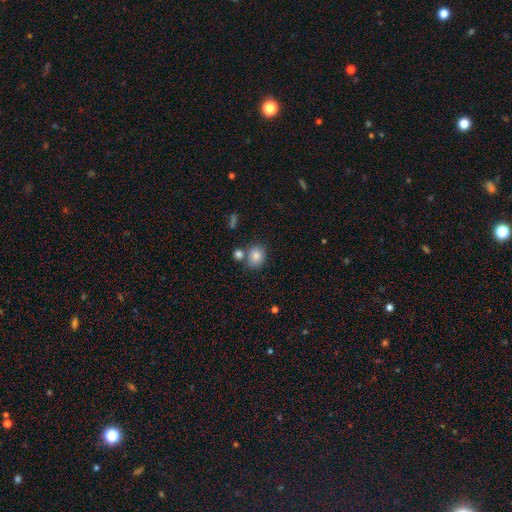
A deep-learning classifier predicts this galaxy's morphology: Q: Smooth or featured?
A: smooth (82%); runner-up: star or artifact (10%)
Q: How rounded?
A: round (68%); runner-up: in between (31%)
Q: Merging?
A: none (65%); runner-up: merger (20%)